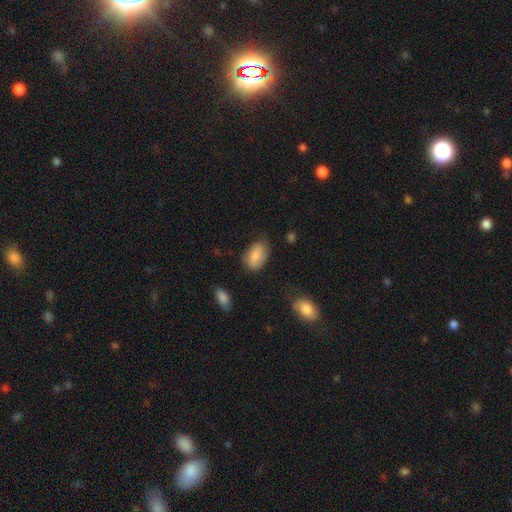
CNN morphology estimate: A smooth galaxy with no disk features (82%) that is in between round and cigar-shaped (88%).

Vote fractions:
- Smooth or featured? smooth: 82% / featured or disk: 11% / star or artifact: 7%
- How rounded? in between: 88% / round: 10% / cigar-shaped: 1%
- Merging? none: 62% / minor disturbance: 29% / major disturbance: 7% / merger: 2%